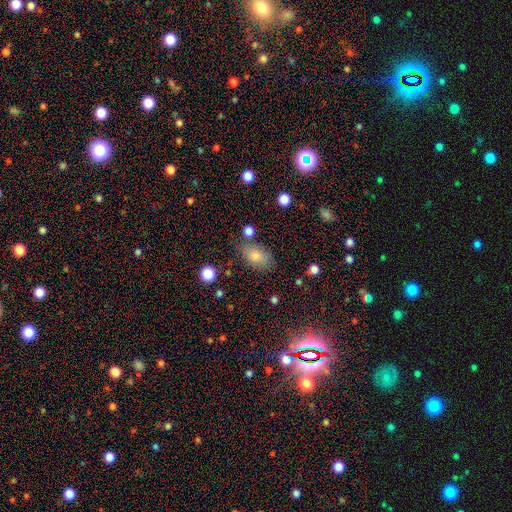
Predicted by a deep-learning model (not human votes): smooth 81%, featured or disk 10%, star or artifact 9%. Down the decision tree: how rounded — in between (86%); merging — none (70%).